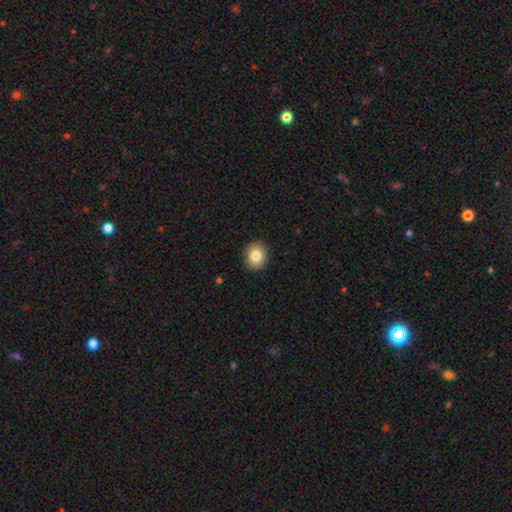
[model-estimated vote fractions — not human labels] Q: Smooth or featured?
A: smooth (82%); runner-up: featured or disk (9%)
Q: How rounded?
A: round (74%); runner-up: in between (25%)
Q: Merging?
A: none (91%); runner-up: minor disturbance (7%)